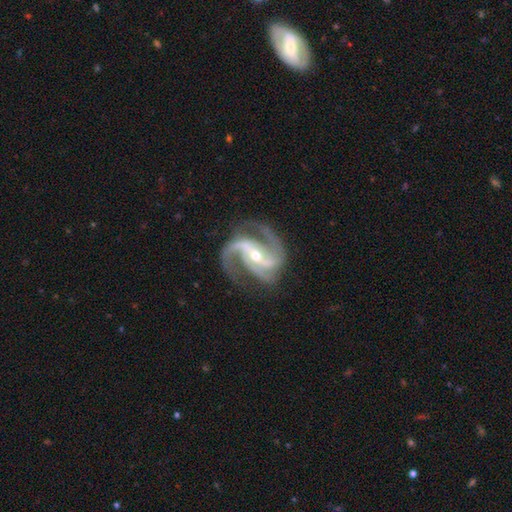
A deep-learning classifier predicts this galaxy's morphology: Smooth or featured: featured or disk — 94% (star or artifact — 4%)
Edge-on disk: no — 98% (yes — 2%)
Bar: strong — 53% (weak — 30%)
Spiral arms: yes — 99% (no — 1%)
Spiral winding: medium — 61% (tight — 20%)
Spiral arm count: 3 — 46% (2 — 40%)
Bulge size: small — 54% (moderate — 43%)
Merging: none — 73% (minor disturbance — 16%)